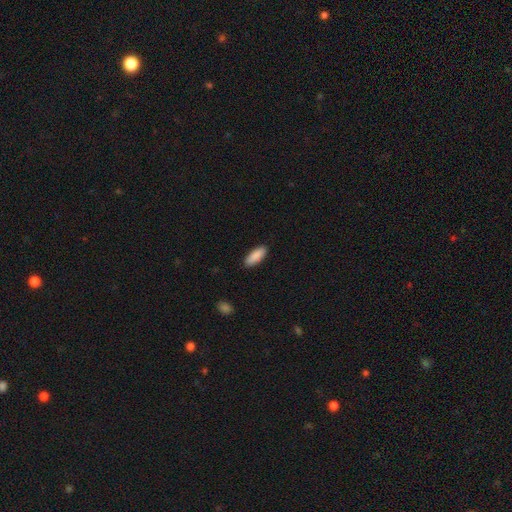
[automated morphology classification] A smooth galaxy with no disk features (90%) that is in between round and cigar-shaped (72%). Merging: none (89%).